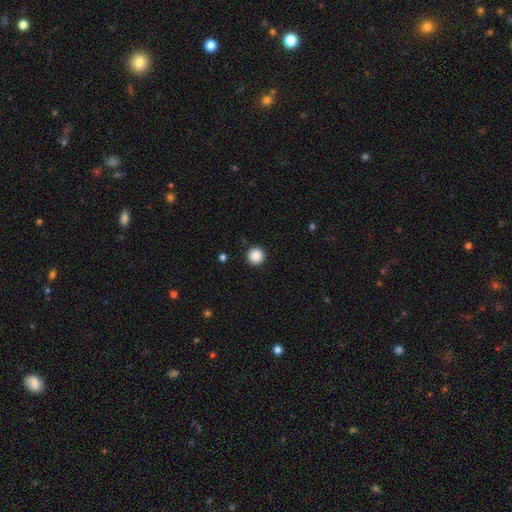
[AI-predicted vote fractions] Smooth or featured: smooth — 88% (star or artifact — 9%)
How rounded: round — 96% (in between — 3%)
Merging: none — 92% (minor disturbance — 5%)